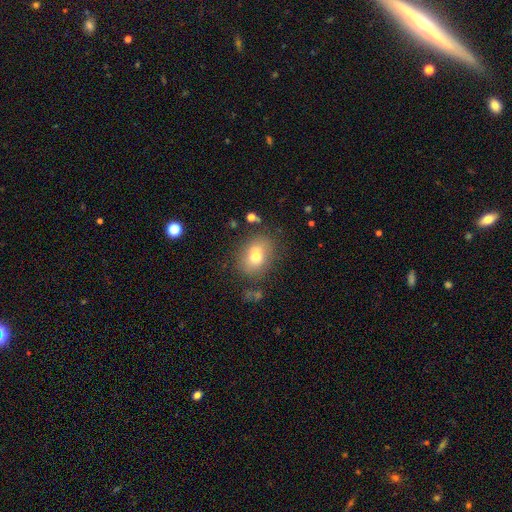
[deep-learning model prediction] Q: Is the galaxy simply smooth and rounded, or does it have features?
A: smooth — 73%.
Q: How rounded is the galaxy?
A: in between — 57%.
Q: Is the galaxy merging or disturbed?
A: none — 77%.